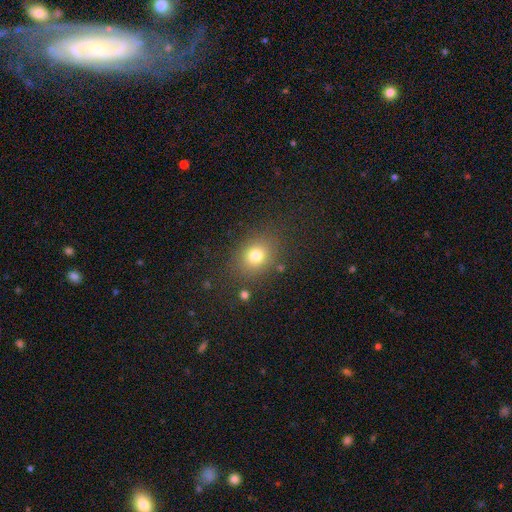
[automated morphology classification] Smooth or featured: smooth — 77% (star or artifact — 14%)
How rounded: round — 60% (in between — 39%)
Merging: none — 82% (minor disturbance — 11%)